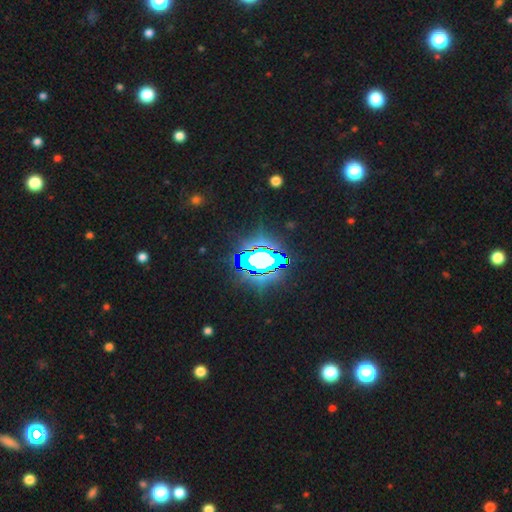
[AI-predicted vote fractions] Smooth or featured?
  - star or artifact: 73% *
  - smooth: 14%
  - featured or disk: 12%